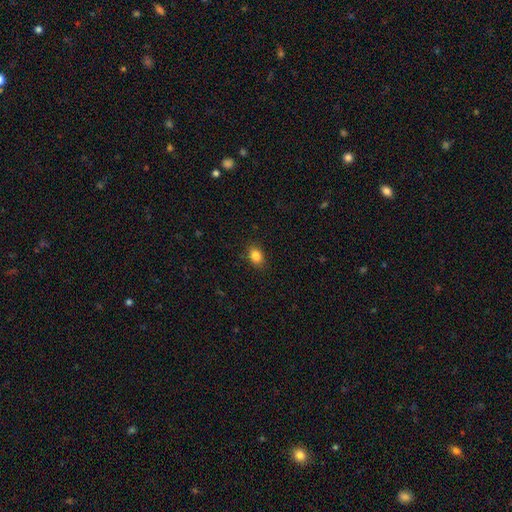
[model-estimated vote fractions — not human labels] Smooth or featured?
  - smooth: 85% *
  - star or artifact: 10%
  - featured or disk: 5%
How rounded?
  - in between: 67% *
  - round: 32%
  - cigar-shaped: 1%
Merging?
  - none: 87% *
  - minor disturbance: 9%
  - major disturbance: 2%
  - merger: 1%